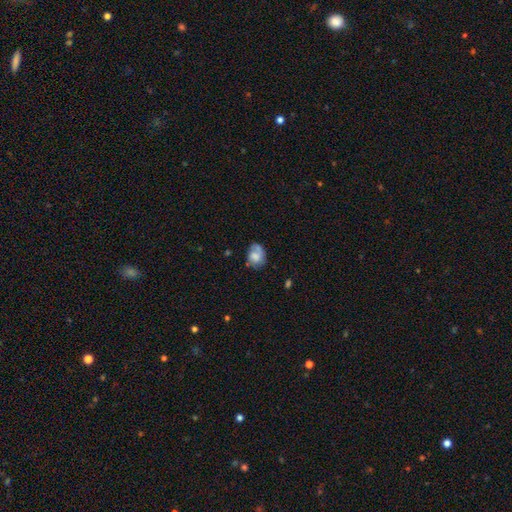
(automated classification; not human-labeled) Smooth or featured? smooth (58%)
How rounded? in between (57%)
Merging? none (50%)